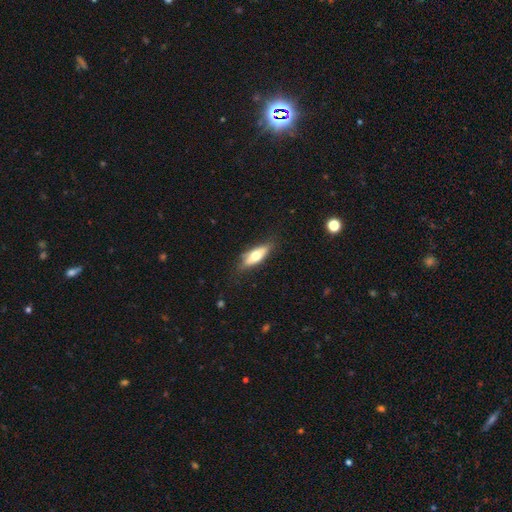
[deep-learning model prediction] A smooth galaxy with no disk features (58%) that is in between round and cigar-shaped (61%).

Vote fractions:
- Smooth or featured? smooth: 58% / featured or disk: 36% / star or artifact: 6%
- How rounded? in between: 61% / cigar-shaped: 36% / round: 3%
- Merging? none: 78% / minor disturbance: 17% / major disturbance: 4% / merger: 1%